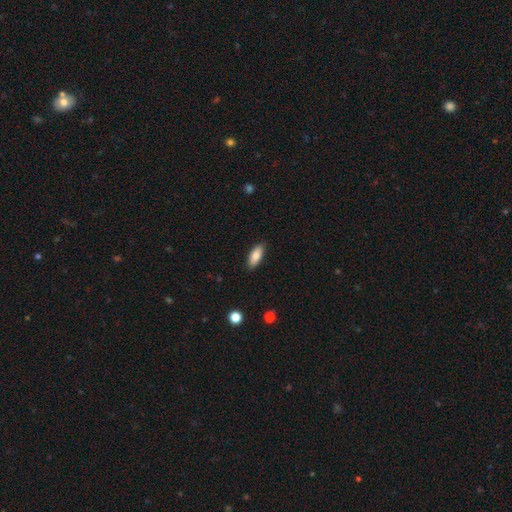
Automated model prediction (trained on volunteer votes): smooth 82%, featured or disk 12%, star or artifact 6%. Down the decision tree: how rounded — in between (81%); merging — none (88%).